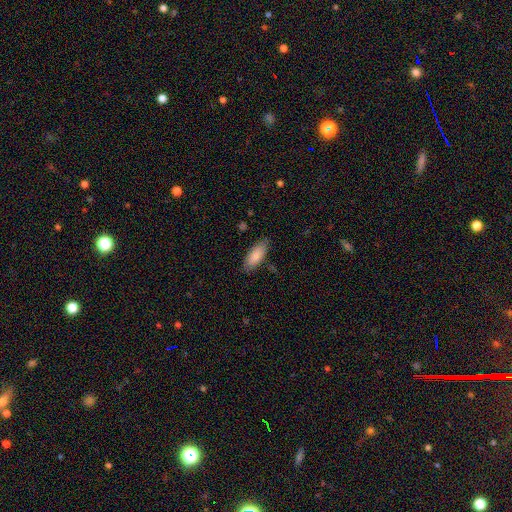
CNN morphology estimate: This appears to be a smooth galaxy with no disk features (85%) that is in between round and cigar-shaped (79%). Merging: none (82%).